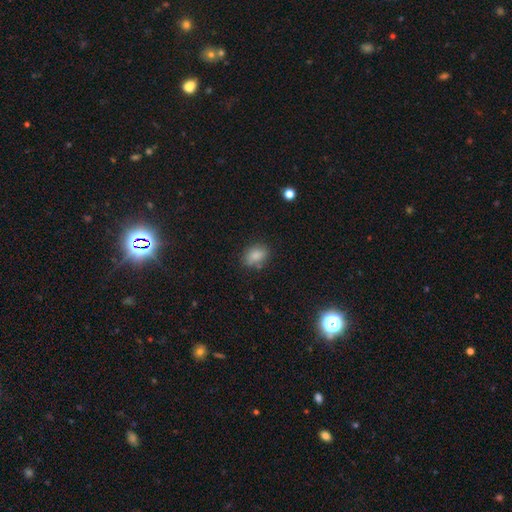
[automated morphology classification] Overall: smooth (85%). How rounded: in between (81%). Merging: none (73%).